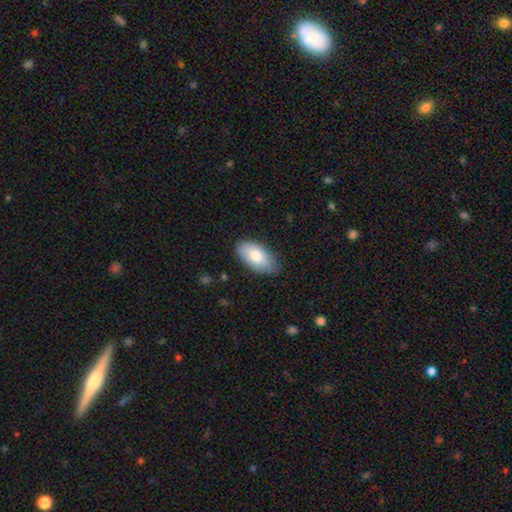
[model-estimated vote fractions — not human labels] This is clearly a smooth galaxy (82%). How rounded: clearly in between (94%). Merging: likely none (78%).